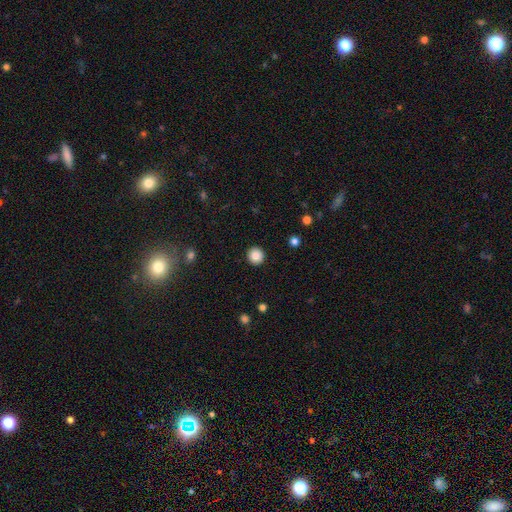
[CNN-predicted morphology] This appears to be a smooth galaxy with no disk features (88%) that is round (95%). Merging: none (93%).